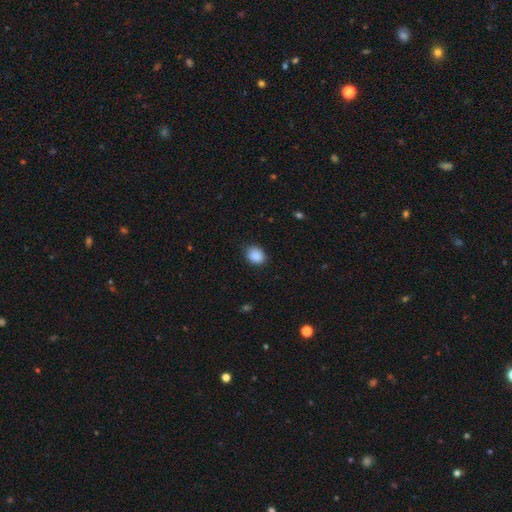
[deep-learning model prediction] The model was most divided on "how rounded": round: 53%, in between: 46%, cigar-shaped: 1%. More confident: smooth or featured — smooth (89%); merging — none (85%).